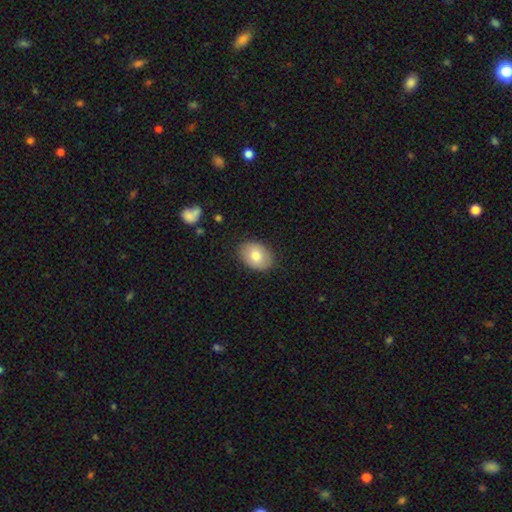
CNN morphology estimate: A smooth galaxy with no disk features (77%) that is in between round and cigar-shaped (78%). Merging: none (85%).